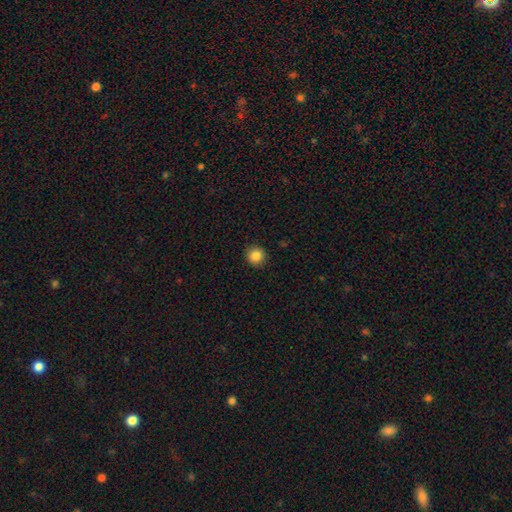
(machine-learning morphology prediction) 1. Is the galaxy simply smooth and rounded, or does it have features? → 86% smooth, 10% star or artifact, 4% featured or disk.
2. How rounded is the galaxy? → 93% round, 6% in between, 1% cigar-shaped.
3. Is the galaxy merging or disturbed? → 92% none, 6% minor disturbance, 2% major disturbance, 1% merger.